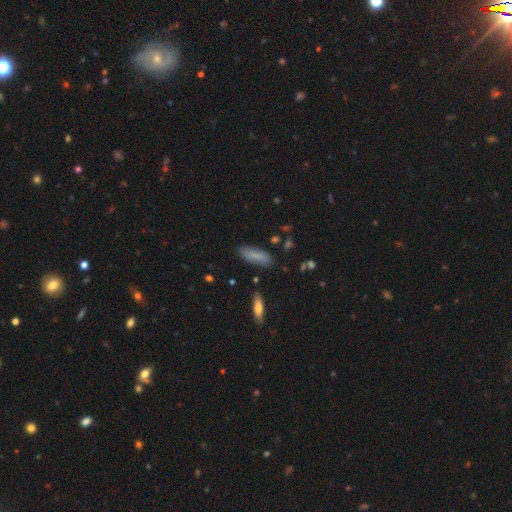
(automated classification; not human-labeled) smooth 77%, featured or disk 15%, star or artifact 8%. Down the decision tree: how rounded — in between (51%); merging — none (80%).